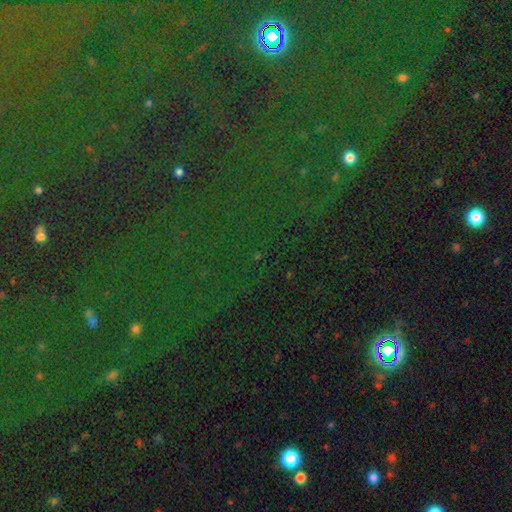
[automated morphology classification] smooth_or_featured: star or artifact (p=0.79) [alt: smooth p=0.13]